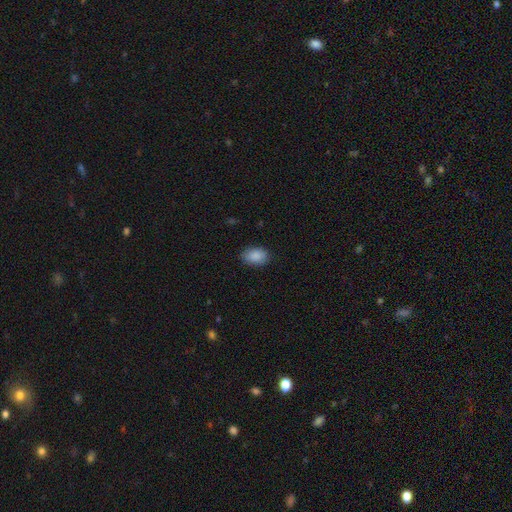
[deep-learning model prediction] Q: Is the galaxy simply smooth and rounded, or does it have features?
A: smooth — 90%.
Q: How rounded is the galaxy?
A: in between — 86%.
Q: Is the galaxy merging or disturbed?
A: none — 85%.